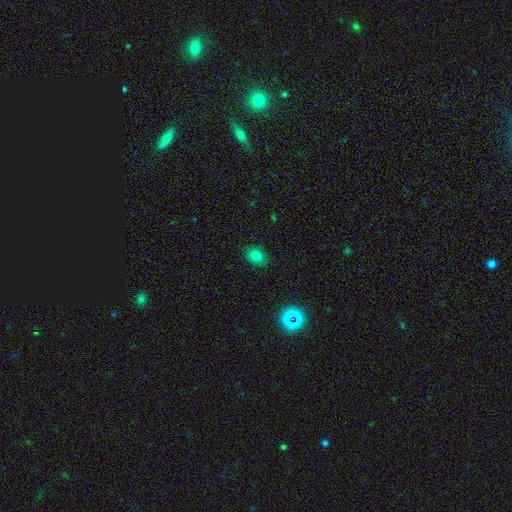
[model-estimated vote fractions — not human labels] Smooth or featured: smooth — 78% (star or artifact — 14%)
How rounded: in between — 62% (round — 37%)
Merging: none — 86% (minor disturbance — 10%)